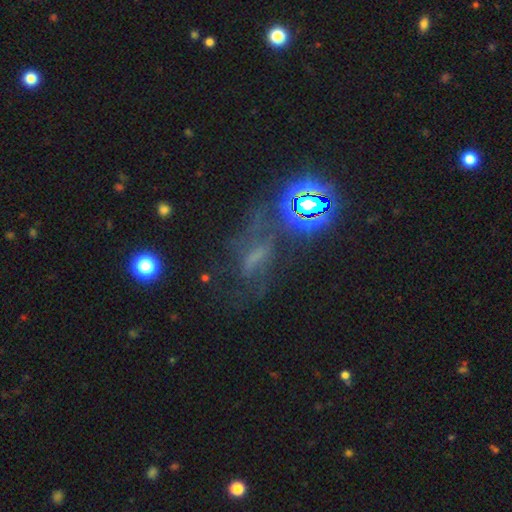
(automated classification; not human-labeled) smooth_or_featured: featured or disk (p=0.40) [alt: star or artifact p=0.37]
merging: none (p=0.47) [alt: major disturbance p=0.26]